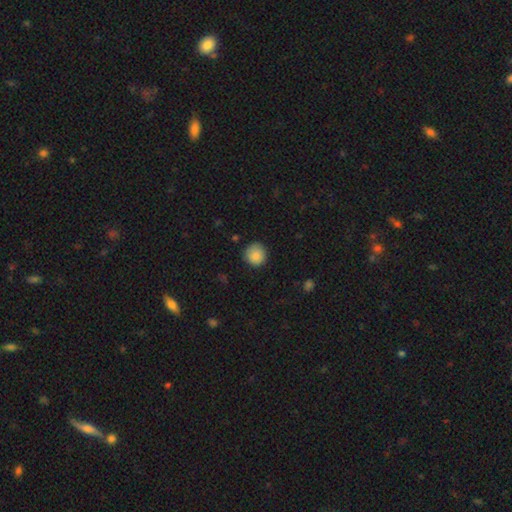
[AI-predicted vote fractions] A smooth galaxy with no disk features (86%) that is round (93%). Merging: none (84%).